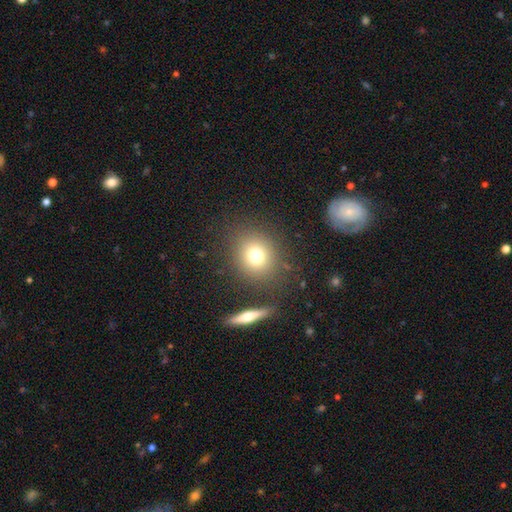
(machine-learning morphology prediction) Smooth or featured?
  - smooth: 75% *
  - star or artifact: 13%
  - featured or disk: 12%
How rounded?
  - round: 80% *
  - in between: 19%
  - cigar-shaped: 1%
Merging?
  - none: 82% *
  - minor disturbance: 9%
  - merger: 5%
  - major disturbance: 4%